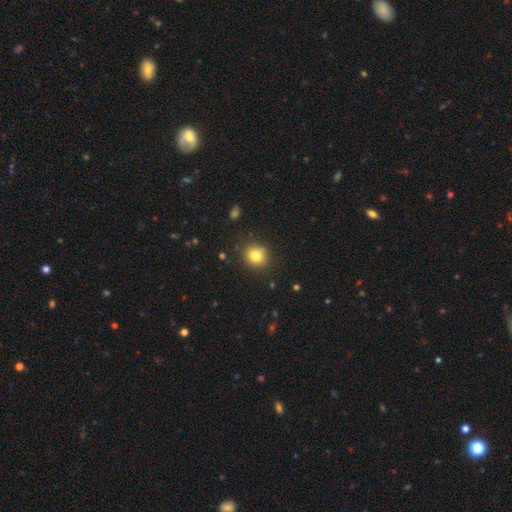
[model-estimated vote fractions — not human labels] The model was most divided on "how rounded": round: 83%, in between: 16%, cigar-shaped: 1%. More confident: merging — none (86%); smooth or featured — smooth (79%).